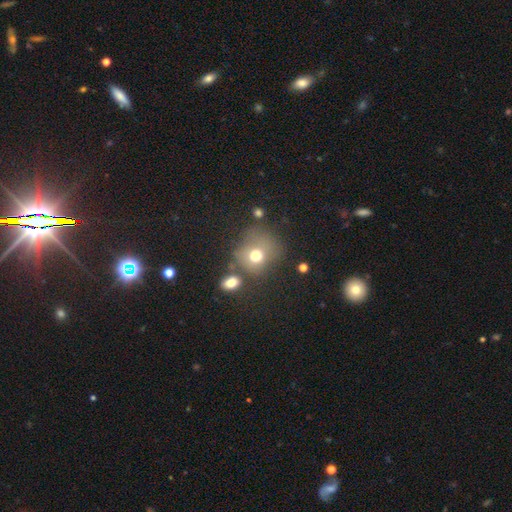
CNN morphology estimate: smooth_or_featured: smooth (p=0.70) [alt: featured or disk p=0.15]
how_rounded: round (p=0.73) [alt: in between p=0.26]
merging: none (p=0.47) [alt: minor disturbance p=0.20]